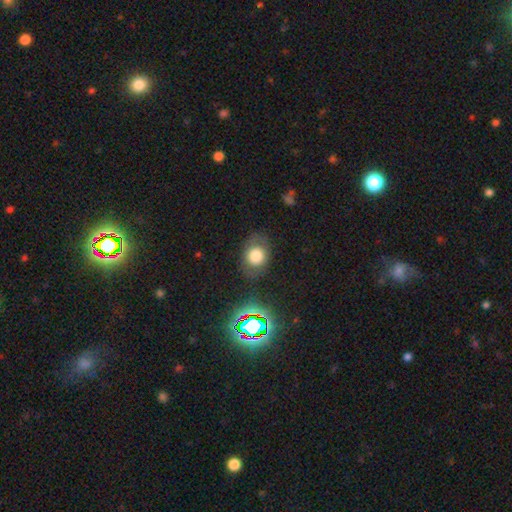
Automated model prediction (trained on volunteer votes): Smooth or featured?
  - smooth: 70% *
  - featured or disk: 16%
  - star or artifact: 14%
How rounded?
  - round: 54% *
  - in between: 45%
  - cigar-shaped: 1%
Merging?
  - none: 73% *
  - minor disturbance: 17%
  - major disturbance: 8%
  - merger: 2%